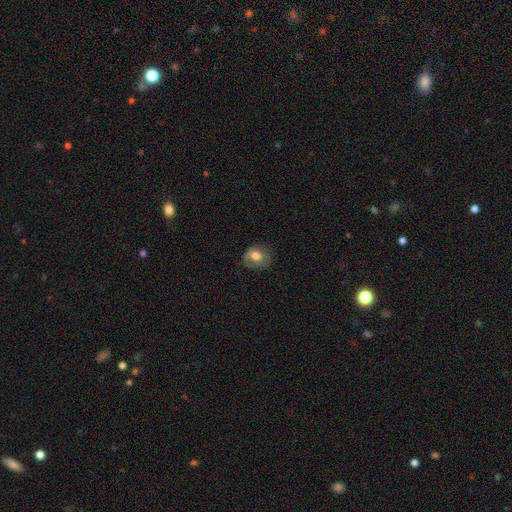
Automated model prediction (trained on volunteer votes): smooth_or_featured: smooth (p=0.64) [alt: featured or disk p=0.28]
how_rounded: round (p=0.58) [alt: in between p=0.41]
merging: none (p=0.64) [alt: minor disturbance p=0.24]